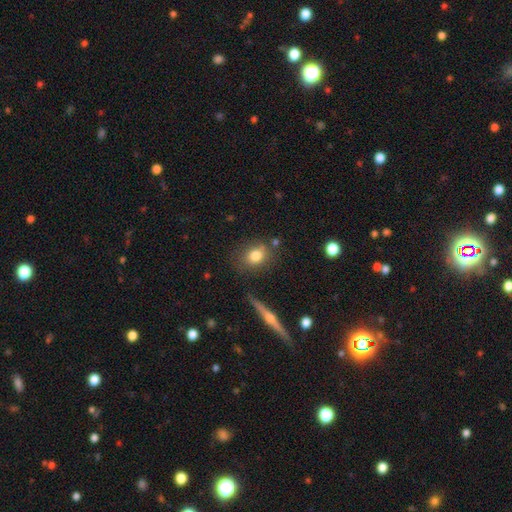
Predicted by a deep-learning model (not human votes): Smooth or featured? Predicted: smooth (p=0.78). How rounded? Predicted: round (p=0.54). Merging? Predicted: none (p=0.73).